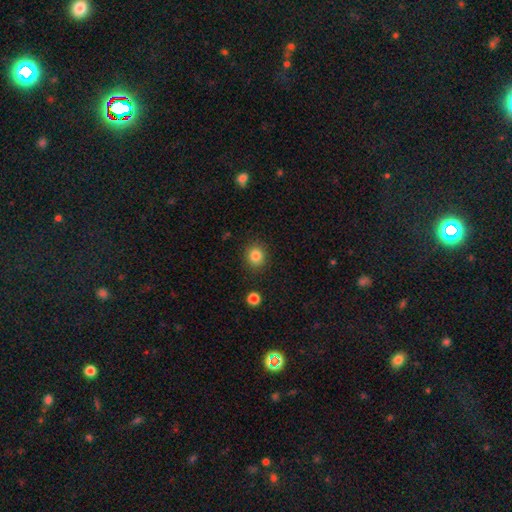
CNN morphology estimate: A smooth galaxy with no disk features (84%) that is round (84%).

Vote fractions:
- Smooth or featured? smooth: 84% / star or artifact: 11% / featured or disk: 5%
- How rounded? round: 84% / in between: 15% / cigar-shaped: 1%
- Merging? none: 88% / minor disturbance: 7% / major disturbance: 3% / merger: 2%